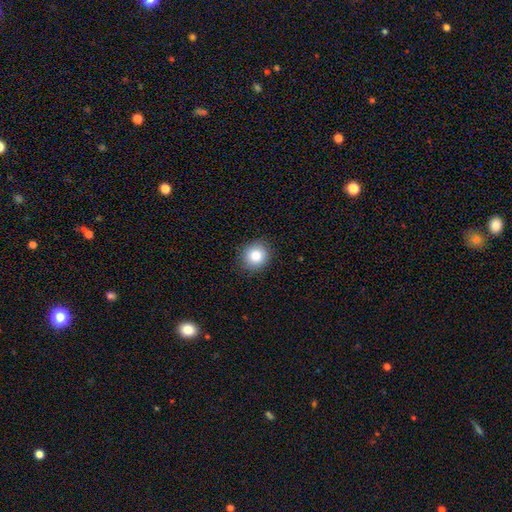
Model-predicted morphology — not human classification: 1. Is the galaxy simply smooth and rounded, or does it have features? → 83% smooth, 10% star or artifact, 7% featured or disk.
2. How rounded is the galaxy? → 84% round, 15% in between, 1% cigar-shaped.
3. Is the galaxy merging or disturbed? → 89% none, 8% minor disturbance, 2% major disturbance, 1% merger.